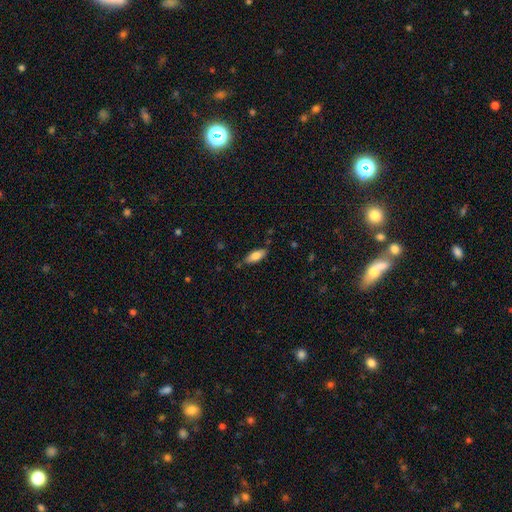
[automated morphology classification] Smooth or featured? smooth (78%)
How rounded? in between (78%)
Merging? none (79%)